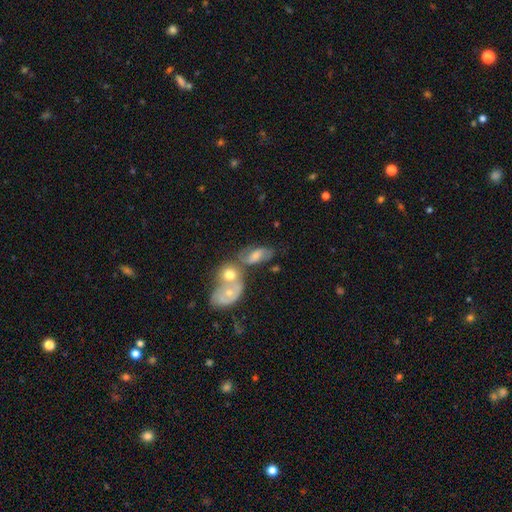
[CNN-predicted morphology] Smooth or featured? featured or disk (48%)
Merging? merger (42%)